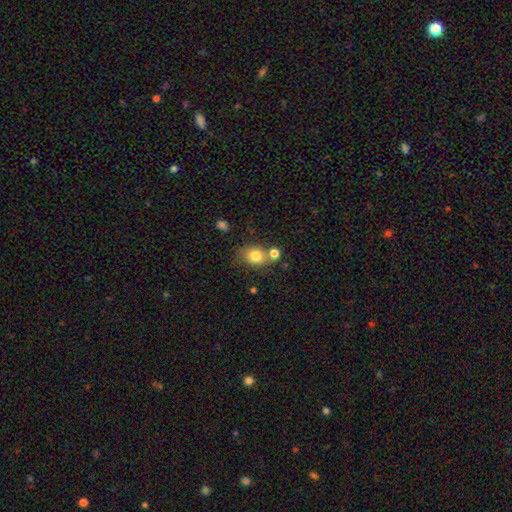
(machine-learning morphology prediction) This appears to be a smooth galaxy with no disk features (79%) that is round (55%). Merging: none (59%).